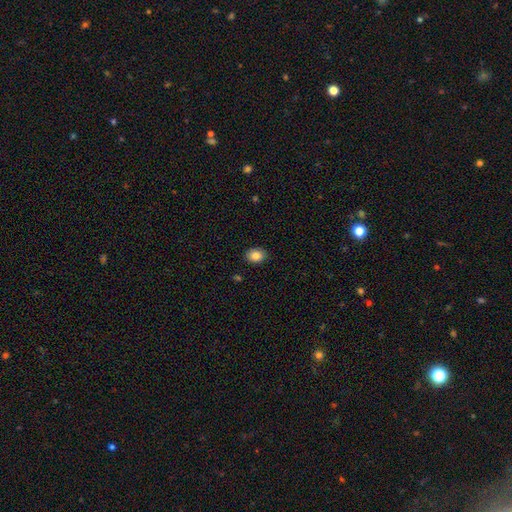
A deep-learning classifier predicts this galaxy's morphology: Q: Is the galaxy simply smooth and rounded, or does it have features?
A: smooth — 86%.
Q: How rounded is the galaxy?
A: in between — 66%.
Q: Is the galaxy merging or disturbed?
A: none — 89%.